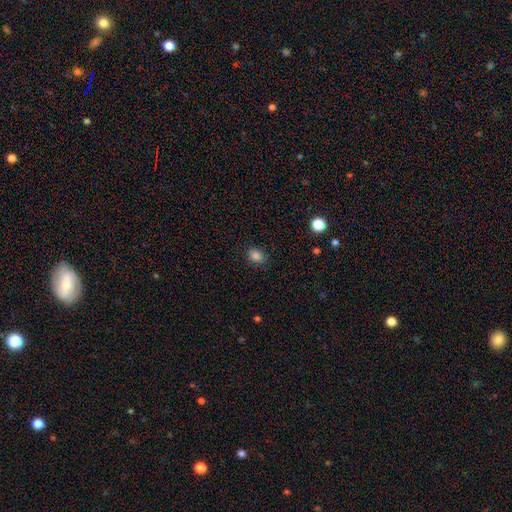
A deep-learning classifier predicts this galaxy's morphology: smooth_or_featured: smooth (p=0.84) [alt: star or artifact p=0.12]
how_rounded: in between (p=0.56) [alt: round p=0.43]
merging: none (p=0.85) [alt: minor disturbance p=0.11]